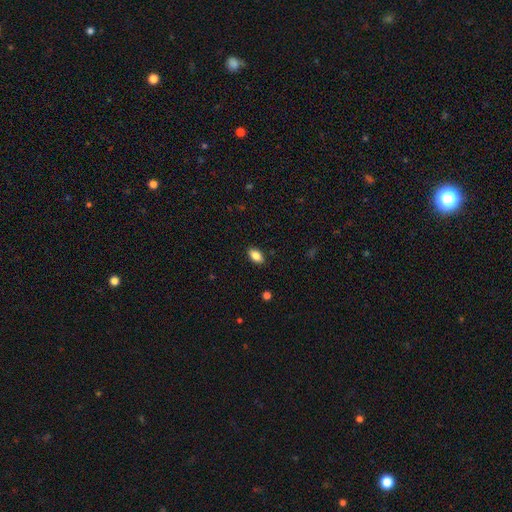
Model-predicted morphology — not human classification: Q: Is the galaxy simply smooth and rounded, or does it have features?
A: smooth — 86%.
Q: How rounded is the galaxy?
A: in between — 91%.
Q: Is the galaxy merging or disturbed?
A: none — 88%.